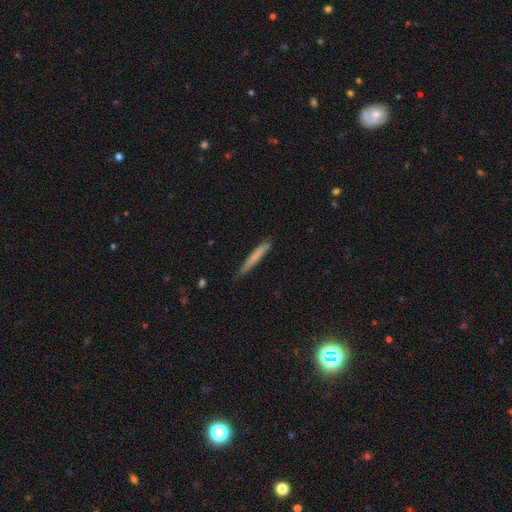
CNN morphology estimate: Smooth or featured? Predicted: smooth (p=0.72). How rounded? Predicted: cigar-shaped (p=0.96). Merging? Predicted: none (p=0.81).